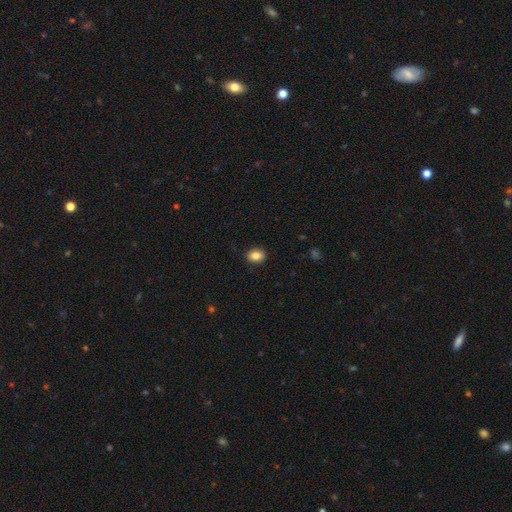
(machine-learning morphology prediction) Smooth or featured: smooth — 85% (star or artifact — 9%)
How rounded: in between — 61% (round — 38%)
Merging: none — 90% (minor disturbance — 8%)